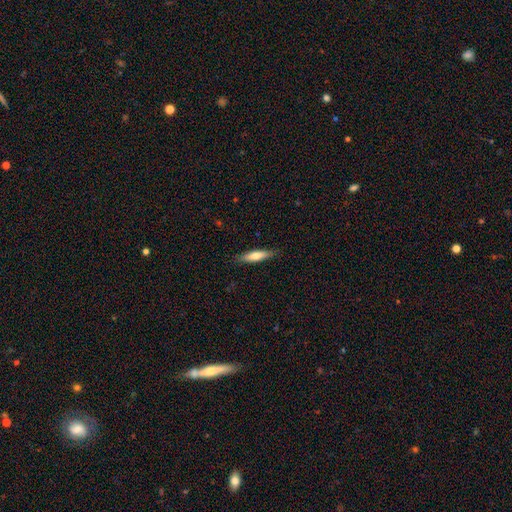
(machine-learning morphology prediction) A smooth galaxy with no disk features (68%) that is cigar-shaped (77%). Merging: none (86%).